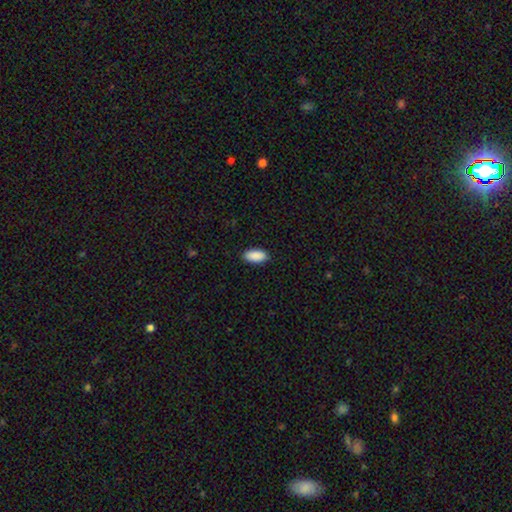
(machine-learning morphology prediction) This appears to be a smooth galaxy with no disk features (91%) that is in between round and cigar-shaped (94%). Merging: none (90%).